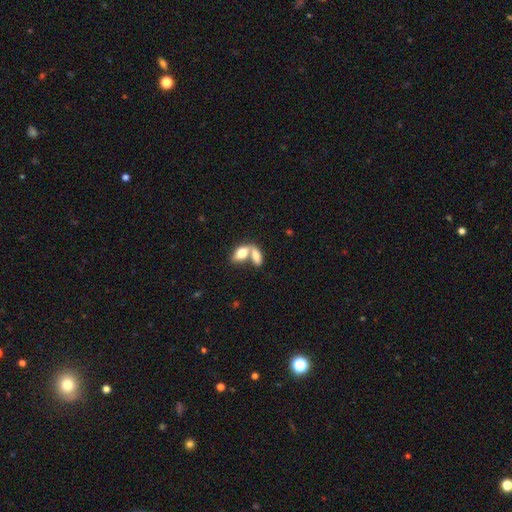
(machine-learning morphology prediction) Smooth or featured?
  - smooth: 75% *
  - featured or disk: 19%
  - star or artifact: 7%
How rounded?
  - in between: 85% *
  - cigar-shaped: 9%
  - round: 6%
Merging?
  - merger: 69% *
  - none: 21%
  - minor disturbance: 6%
  - major disturbance: 4%